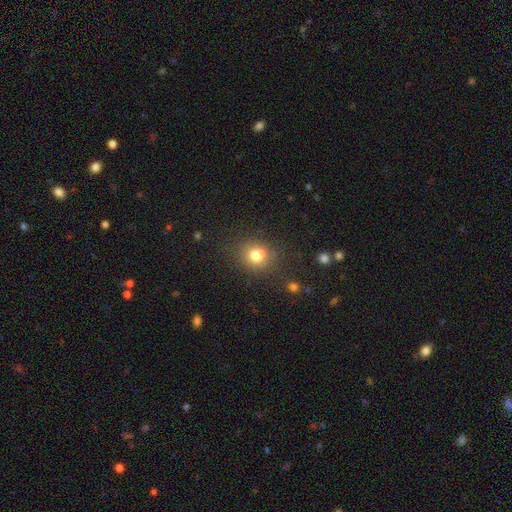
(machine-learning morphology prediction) Smooth or featured: smooth — 73% (star or artifact — 14%)
How rounded: round — 71% (in between — 28%)
Merging: none — 56% (merger — 26%)